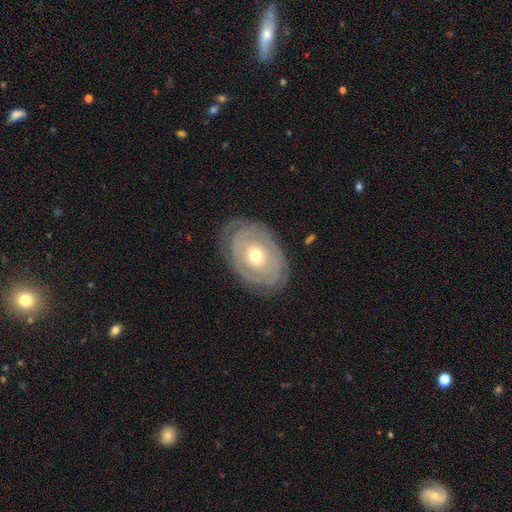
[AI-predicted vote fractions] Smooth or featured? featured or disk (78%)
Edge-on disk? no (95%)
Bar? no (79%)
Spiral arms? yes (84%)
Spiral winding? tight (80%)
Spiral arm count? can't tell (40%)
Bulge size? moderate (56%)
Merging? none (78%)